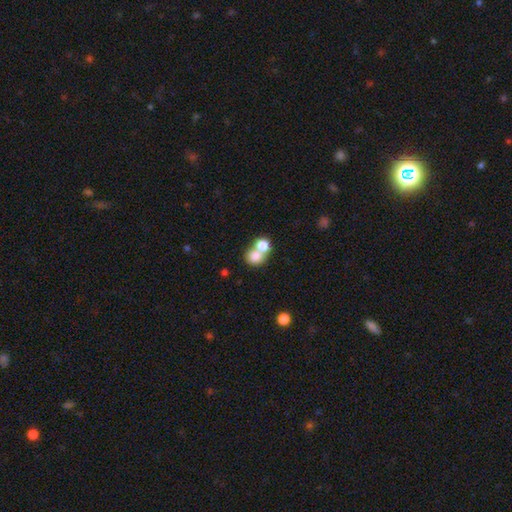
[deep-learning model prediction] Smooth or featured? Predicted: smooth (p=0.78). How rounded? Predicted: round (p=0.75). Merging? Predicted: merger (p=0.55).